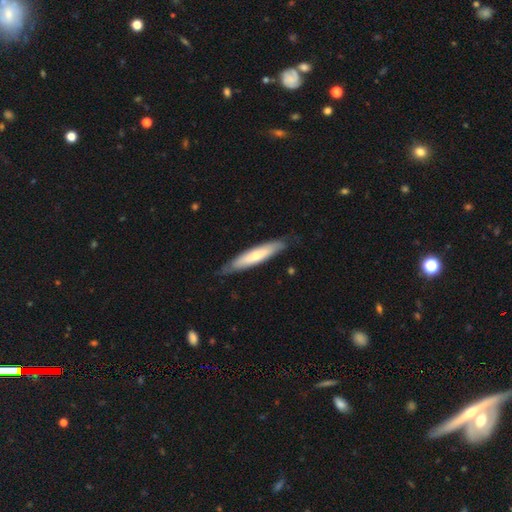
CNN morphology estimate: Smooth or featured? smooth (56%)
How rounded? cigar-shaped (83%)
Merging? none (80%)